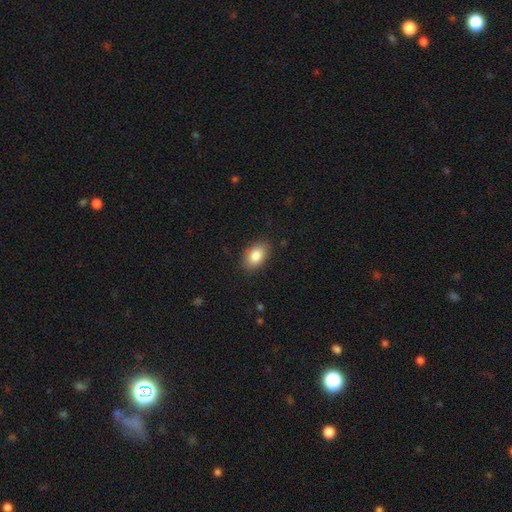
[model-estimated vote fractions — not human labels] Q: Smooth or featured?
A: smooth (85%); runner-up: featured or disk (7%)
Q: How rounded?
A: in between (89%); runner-up: round (9%)
Q: Merging?
A: none (85%); runner-up: minor disturbance (11%)